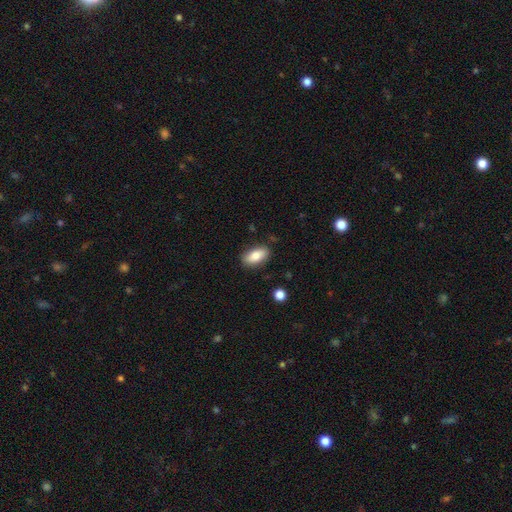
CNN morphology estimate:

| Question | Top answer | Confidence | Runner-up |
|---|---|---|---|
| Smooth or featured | smooth | 80% | featured or disk (13%) |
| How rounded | in between | 89% | cigar-shaped (6%) |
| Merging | none | 86% | minor disturbance (11%) |